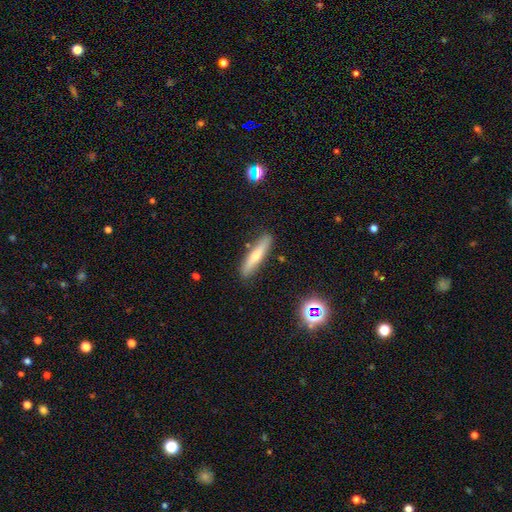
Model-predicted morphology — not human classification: A smooth galaxy with no disk features (64%) that is cigar-shaped (88%).

Vote fractions:
- Smooth or featured? smooth: 64% / featured or disk: 29% / star or artifact: 7%
- How rounded? cigar-shaped: 88% / in between: 10% / round: 2%
- Merging? none: 85% / minor disturbance: 10% / merger: 2% / major disturbance: 2%